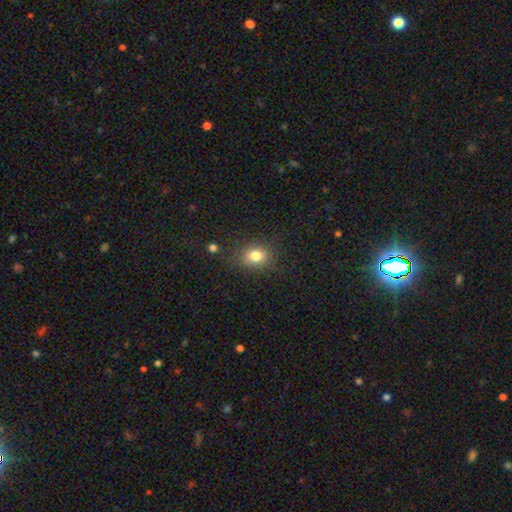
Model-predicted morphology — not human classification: A smooth galaxy with no disk features (79%) that is in between round and cigar-shaped (52%).

Vote fractions:
- Smooth or featured? smooth: 79% / star or artifact: 13% / featured or disk: 8%
- How rounded? in between: 52% / round: 47% / cigar-shaped: 1%
- Merging? none: 81% / minor disturbance: 12% / major disturbance: 4% / merger: 2%